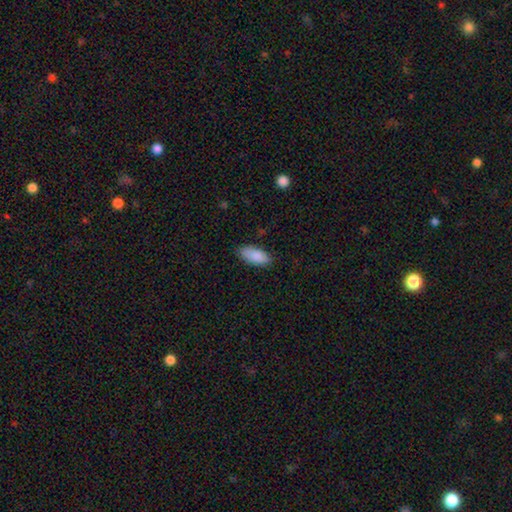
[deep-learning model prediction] smooth 89%, star or artifact 6%, featured or disk 5%. Down the decision tree: how rounded — in between (86%); merging — none (83%).